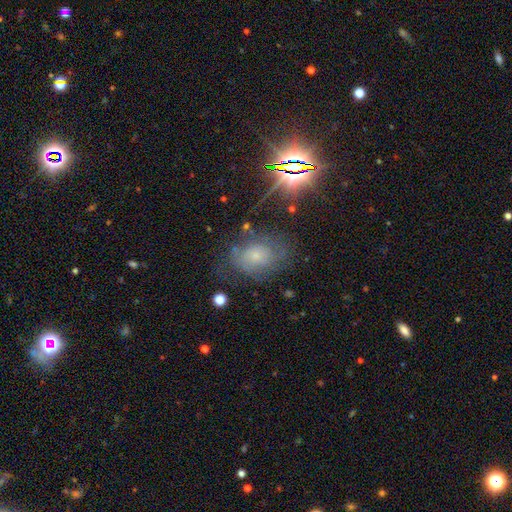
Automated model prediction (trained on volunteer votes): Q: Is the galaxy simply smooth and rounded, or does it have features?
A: featured or disk — 40%.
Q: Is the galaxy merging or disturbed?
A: none — 62%.